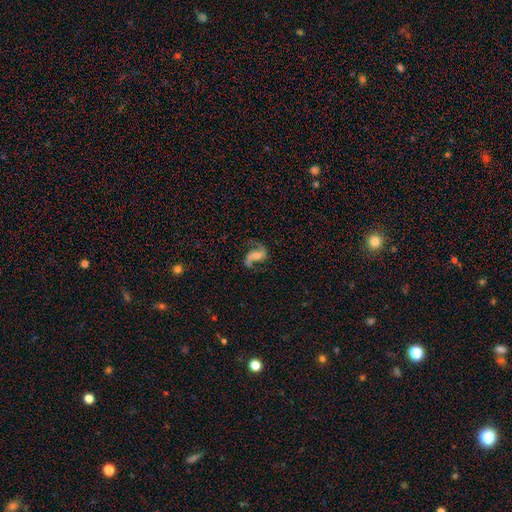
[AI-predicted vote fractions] featured or disk 81%, smooth 12%, star or artifact 7%. Down the decision tree: edge-on disk — no (97%); bar — no (46%); spiral arms — yes (94%); spiral arm count — 2 (90%); spiral winding — loose (74%); bulge size — small (44%); merging — none (67%).